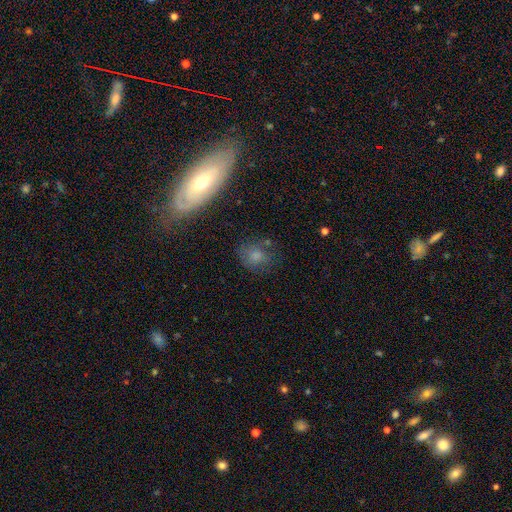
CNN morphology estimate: Smooth or featured? Predicted: smooth (p=0.71). How rounded? Predicted: round (p=0.62). Merging? Predicted: none (p=0.64).